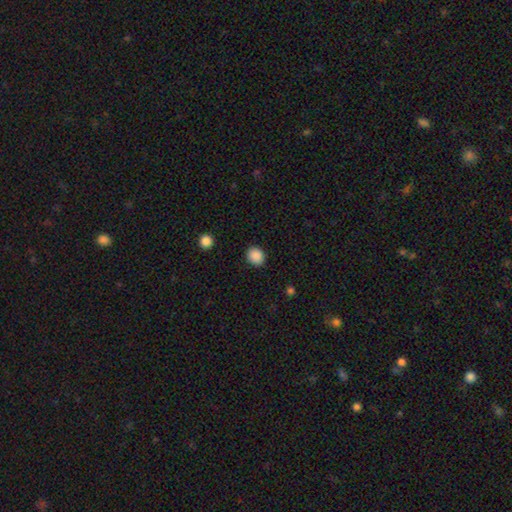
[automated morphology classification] type=smooth (88%); roundness=round (74%); merging=none (89%).